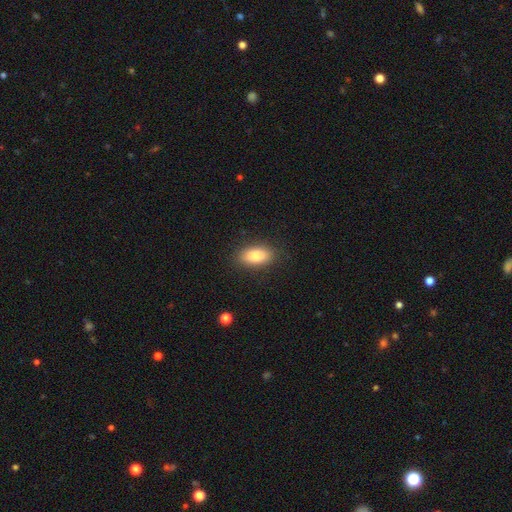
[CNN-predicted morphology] Smooth or featured? smooth (81%)
How rounded? in between (89%)
Merging? none (87%)